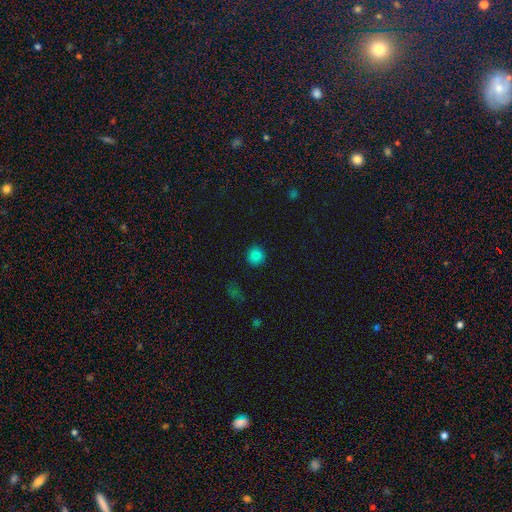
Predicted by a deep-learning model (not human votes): smooth 84%, star or artifact 13%, featured or disk 4%. Down the decision tree: how rounded — round (93%); merging — none (91%).